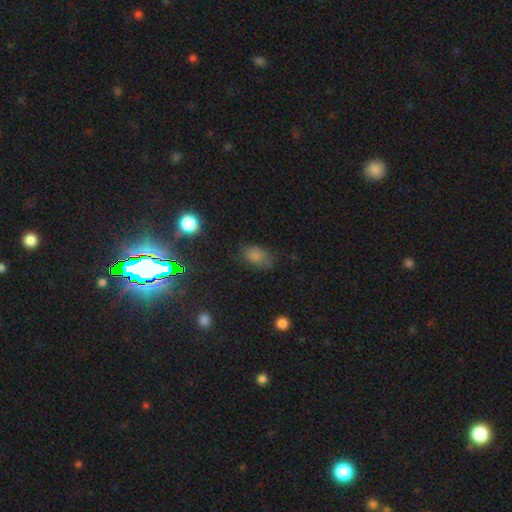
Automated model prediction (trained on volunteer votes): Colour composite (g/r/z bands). It shows a smooth galaxy with no disk features (76%) that is in between round and cigar-shaped (86%). Merging: none (65%).